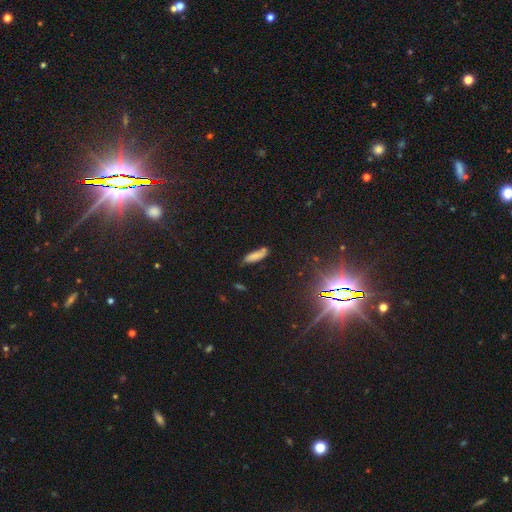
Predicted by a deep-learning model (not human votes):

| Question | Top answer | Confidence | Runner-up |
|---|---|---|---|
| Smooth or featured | smooth | 78% | featured or disk (11%) |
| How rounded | cigar-shaped | 58% | in between (40%) |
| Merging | none | 67% | minor disturbance (23%) |